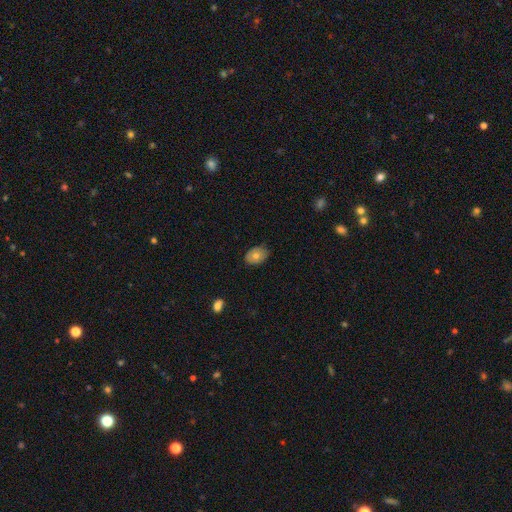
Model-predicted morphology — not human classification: smooth-or-featured: smooth: 69% | featured or disk: 22% | star or artifact: 8%
  how-rounded: in between: 77% | round: 22% | cigar-shaped: 1%
  merging: none: 78% | minor disturbance: 18% | major disturbance: 3% | merger: 1%